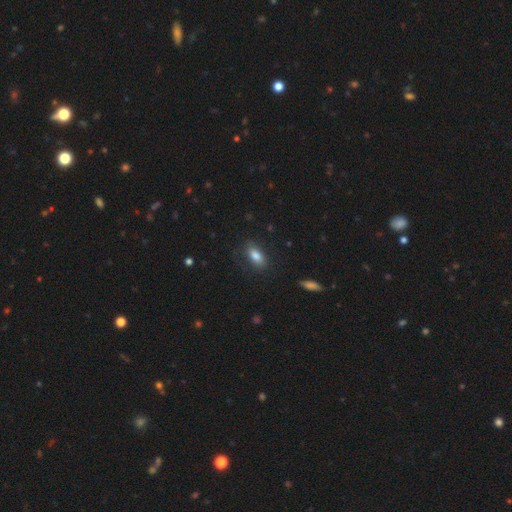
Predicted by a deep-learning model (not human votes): Overall: smooth (83%). How rounded: in between (87%). Merging: none (76%).